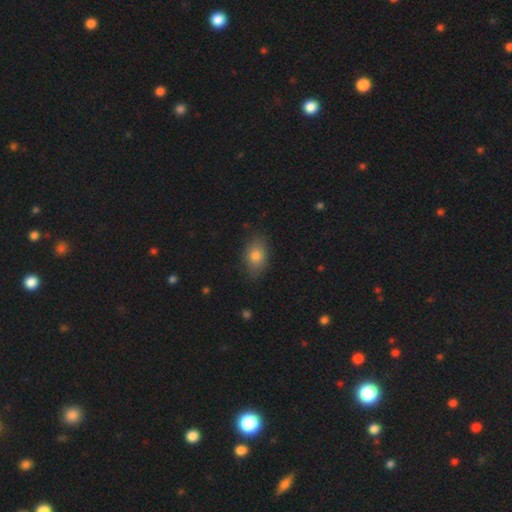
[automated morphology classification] Smooth or featured? Predicted: smooth (p=0.81). How rounded? Predicted: in between (p=0.84). Merging? Predicted: none (p=0.82).